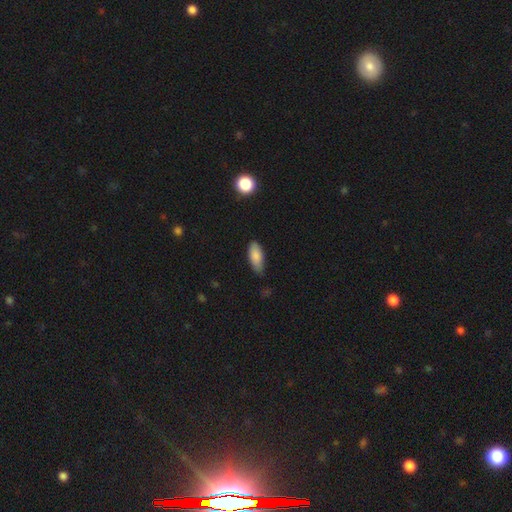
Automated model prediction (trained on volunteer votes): Smooth or featured: smooth — 85% (featured or disk — 8%)
How rounded: in between — 83% (cigar-shaped — 15%)
Merging: none — 72% (minor disturbance — 23%)